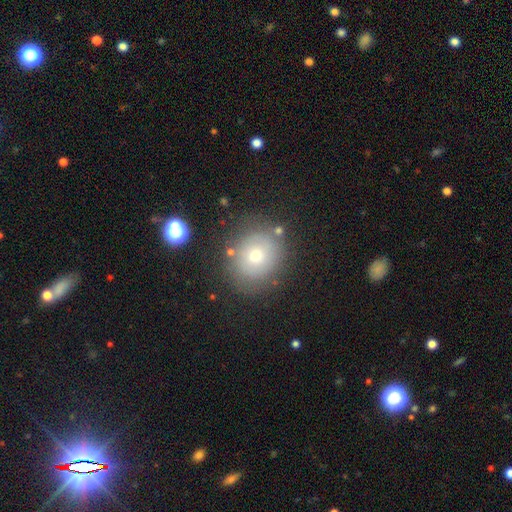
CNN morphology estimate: Smooth or featured? Predicted: smooth (p=0.61). How rounded? Predicted: round (p=0.72). Merging? Predicted: none (p=0.78).